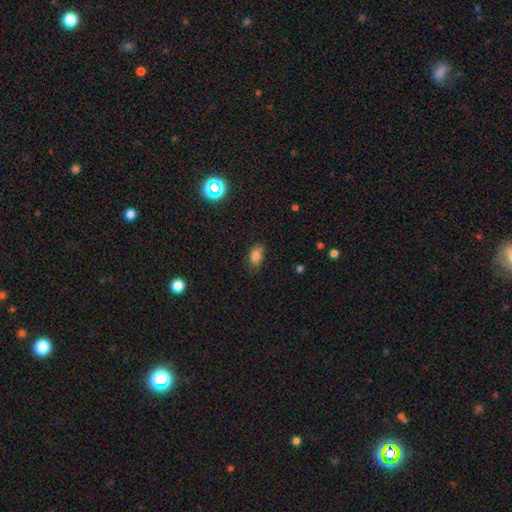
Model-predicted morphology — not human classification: type=smooth (81%); roundness=in between (86%); merging=none (73%).